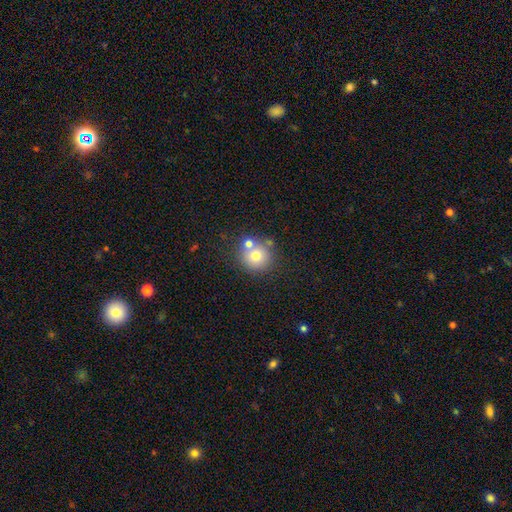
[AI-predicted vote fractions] Smooth or featured? smooth (72%)
How rounded? round (91%)
Merging? none (62%)